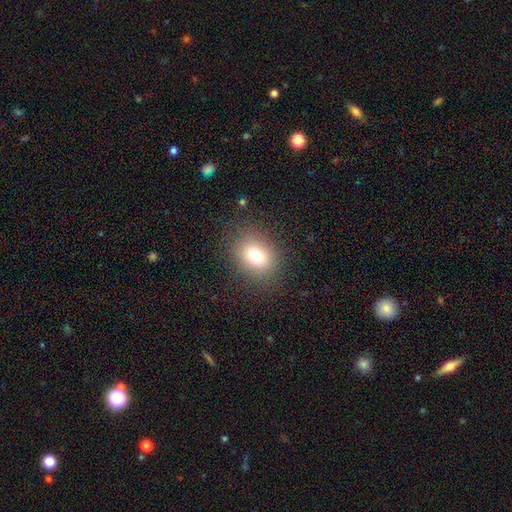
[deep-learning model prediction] Smooth or featured? smooth (75%)
How rounded? in between (52%)
Merging? none (83%)